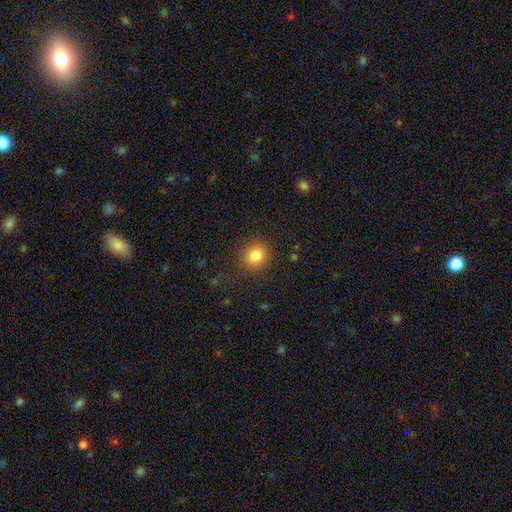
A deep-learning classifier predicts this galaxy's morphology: type=smooth (83%); roundness=round (71%); merging=none (84%).